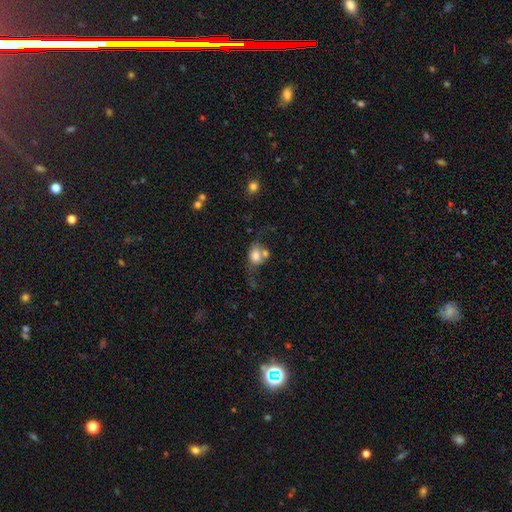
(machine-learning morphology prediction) smooth-or-featured: smooth: 71% | featured or disk: 19% | star or artifact: 10%
  how-rounded: in between: 50% | round: 49% | cigar-shaped: 2%
  merging: merger: 35% | none: 30% | minor disturbance: 18% | major disturbance: 16%